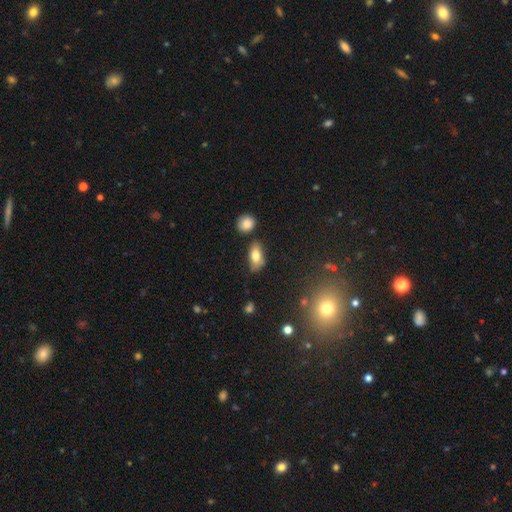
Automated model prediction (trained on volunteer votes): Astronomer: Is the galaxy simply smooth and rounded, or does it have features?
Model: smooth — 76%.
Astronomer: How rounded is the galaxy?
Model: in between — 89%.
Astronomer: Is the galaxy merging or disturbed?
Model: none — 62%.